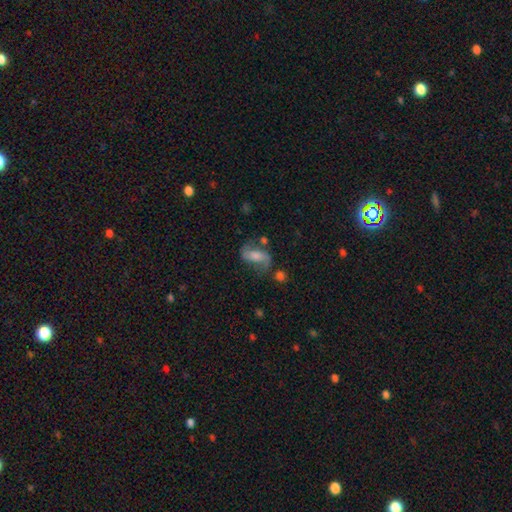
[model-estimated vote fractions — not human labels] Smooth or featured: featured or disk — 63% (smooth — 27%)
Edge-on disk: no — 94% (yes — 6%)
Bar: weak — 38% (no — 34%)
Spiral arms: yes — 88% (no — 12%)
Spiral winding: loose — 53% (medium — 35%)
Spiral arm count: 2 — 87% (can't tell — 6%)
Bulge size: moderate — 44% (small — 29%)
Merging: none — 59% (minor disturbance — 20%)